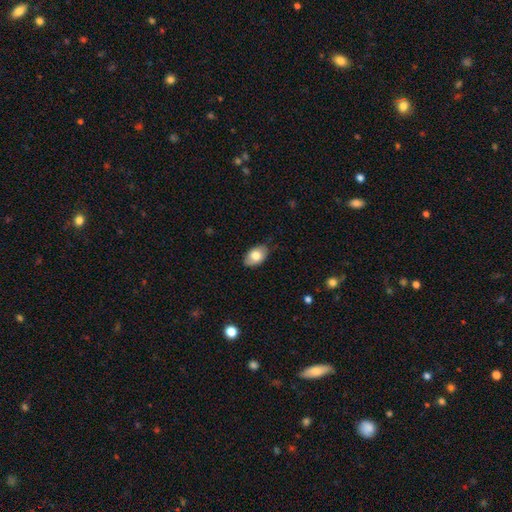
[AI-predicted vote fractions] smooth 77%, featured or disk 16%, star or artifact 7%. Down the decision tree: how rounded — in between (91%); merging — none (78%).